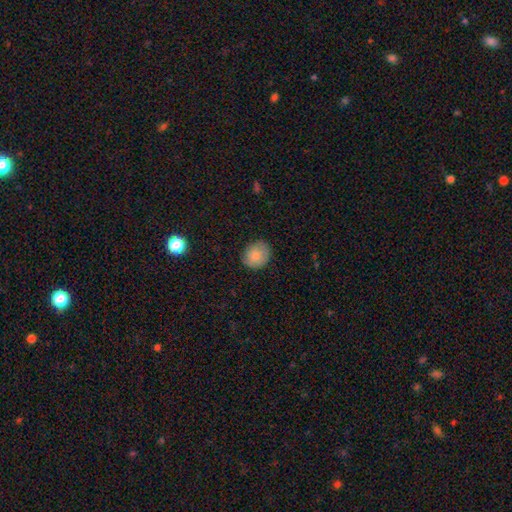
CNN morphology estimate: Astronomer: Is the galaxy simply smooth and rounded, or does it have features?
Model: smooth — 82%.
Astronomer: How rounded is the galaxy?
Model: round — 77%.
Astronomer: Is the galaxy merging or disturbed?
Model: none — 82%.